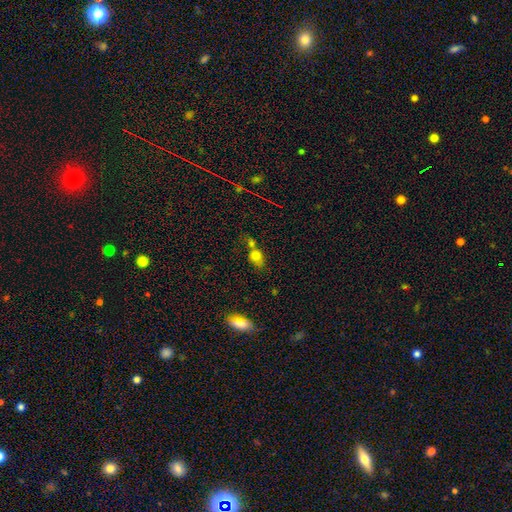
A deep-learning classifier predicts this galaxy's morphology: smooth 74%, star or artifact 13%, featured or disk 13%. Down the decision tree: how rounded — in between (52%); merging — merger (43%).